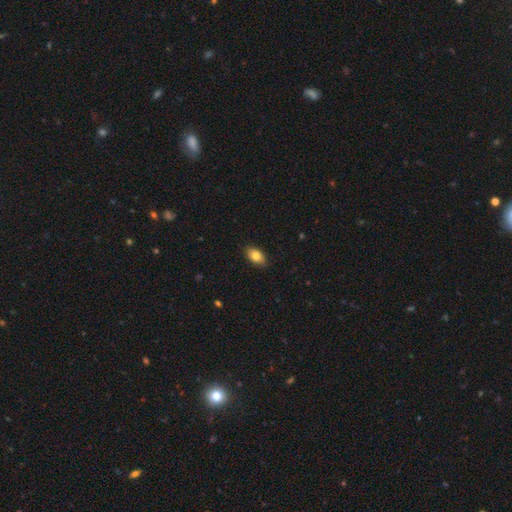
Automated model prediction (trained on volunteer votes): Q: Smooth or featured?
A: smooth (83%); runner-up: featured or disk (9%)
Q: How rounded?
A: in between (90%); runner-up: round (8%)
Q: Merging?
A: none (88%); runner-up: minor disturbance (9%)